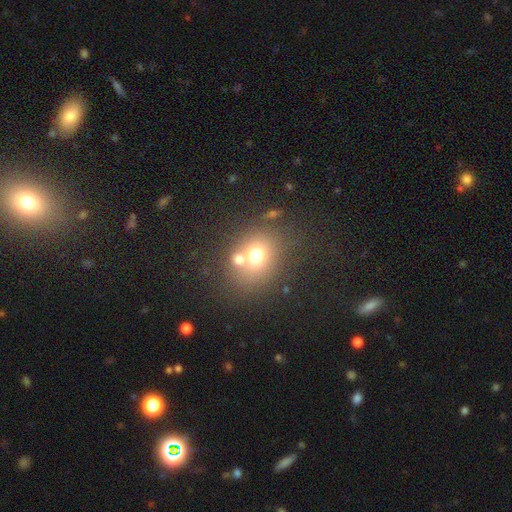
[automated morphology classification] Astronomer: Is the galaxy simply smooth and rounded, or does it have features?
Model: smooth — 67%.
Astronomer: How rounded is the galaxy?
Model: round — 65%.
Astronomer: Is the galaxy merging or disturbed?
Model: none — 52% (runner-up: merger, 32%).